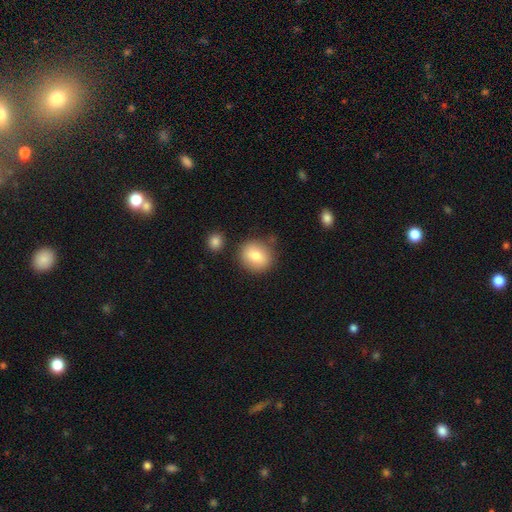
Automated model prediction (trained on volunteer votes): This appears to be a smooth galaxy with no disk features (80%) that is round (81%). Merging: none (81%).